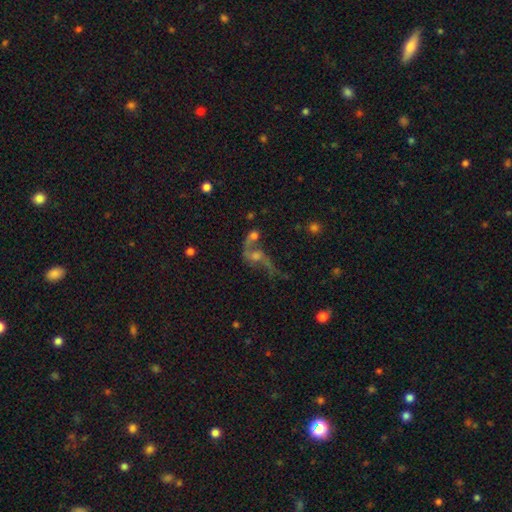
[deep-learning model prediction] Smooth or featured? Predicted: featured or disk (p=0.60). Edge-on disk? Predicted: no (p=0.92). Bar? Predicted: no (p=0.70). Spiral arms? Predicted: yes (p=0.68). Bulge size? Predicted: moderate (p=0.38). Merging? Predicted: merger (p=0.36).